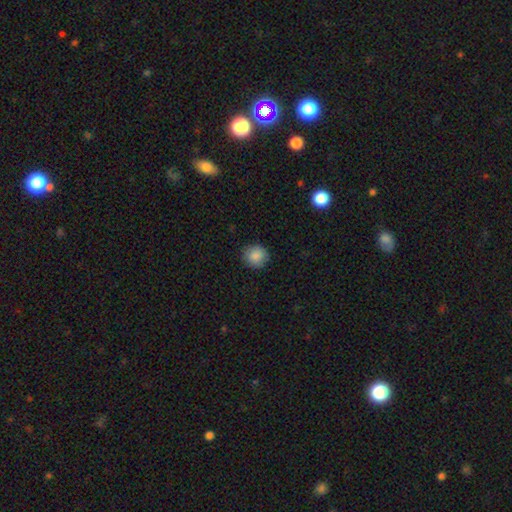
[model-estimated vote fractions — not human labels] A smooth galaxy with no disk features (87%) that is round (91%). Merging: none (88%).